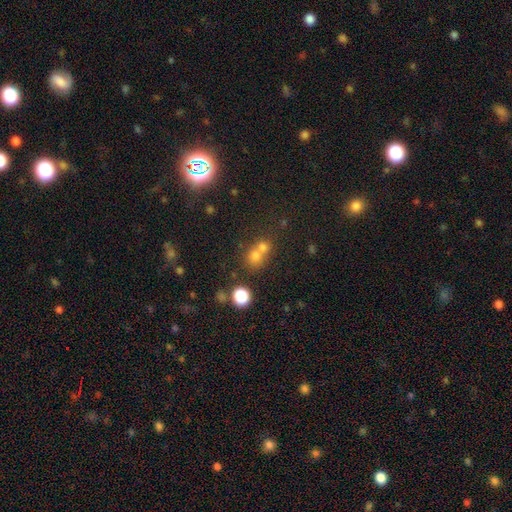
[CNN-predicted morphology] Smooth or featured: smooth — 67% (star or artifact — 21%)
How rounded: round — 78% (in between — 21%)
Merging: merger — 55% (none — 36%)